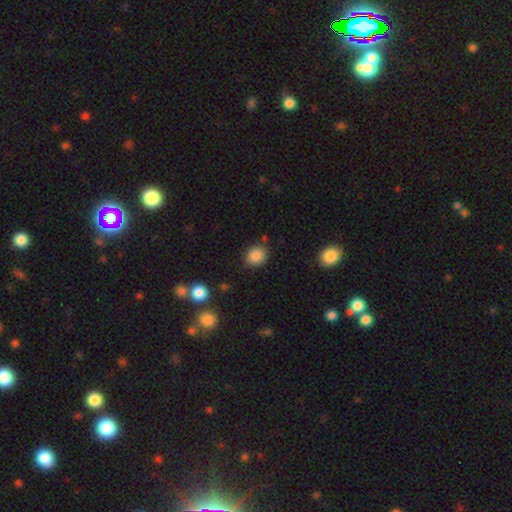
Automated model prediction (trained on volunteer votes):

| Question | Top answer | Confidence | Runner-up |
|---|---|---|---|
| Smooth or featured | smooth | 86% | star or artifact (9%) |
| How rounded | round | 75% | in between (24%) |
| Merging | none | 82% | minor disturbance (12%) |